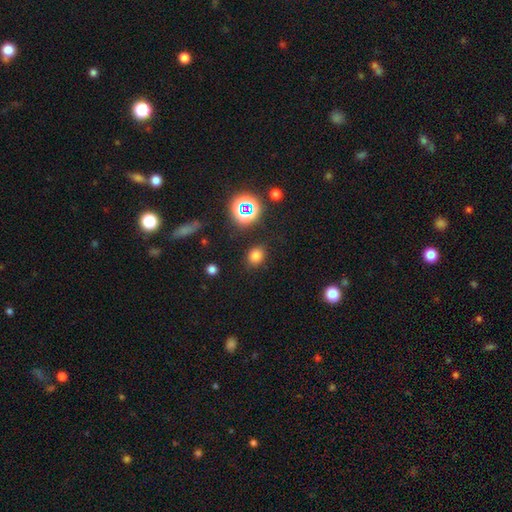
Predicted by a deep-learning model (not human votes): Morphology: type=smooth (75%); roundness=round (59%); merging=none (85%).